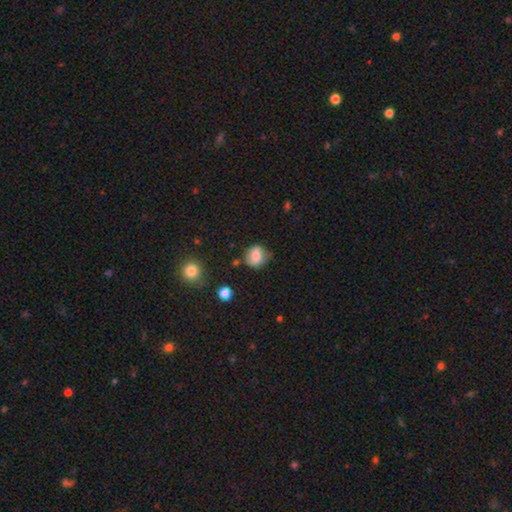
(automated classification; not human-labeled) smooth 67%, featured or disk 24%, star or artifact 9%. Down the decision tree: how rounded — round (76%); merging — none (68%).